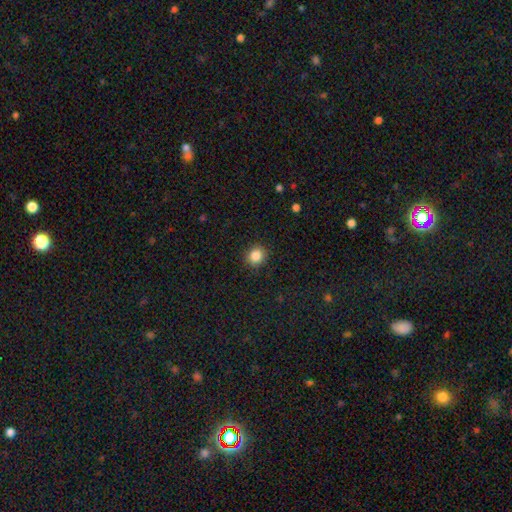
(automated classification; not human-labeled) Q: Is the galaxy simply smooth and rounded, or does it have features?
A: smooth — 86%.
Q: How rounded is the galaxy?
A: round — 86%.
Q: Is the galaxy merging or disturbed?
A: none — 90%.